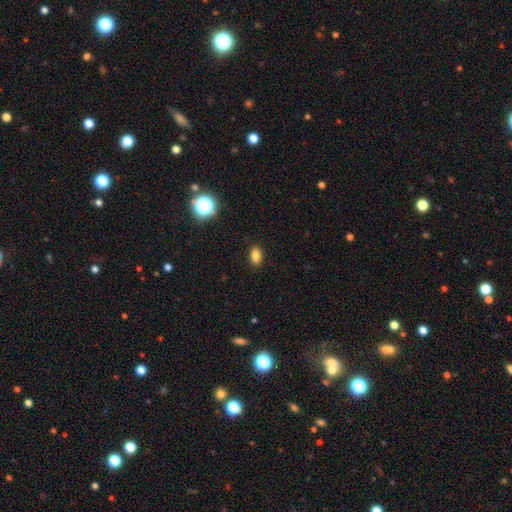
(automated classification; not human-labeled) Morphology: type=smooth (82%); roundness=in between (84%); merging=none (89%).